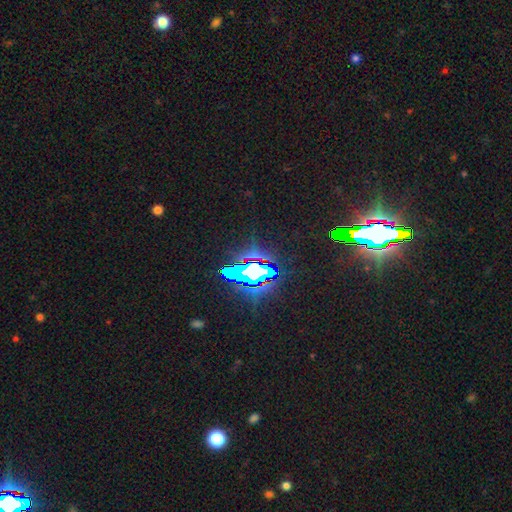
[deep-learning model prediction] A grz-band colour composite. It shows a star or artifact, not a galaxy (83%).